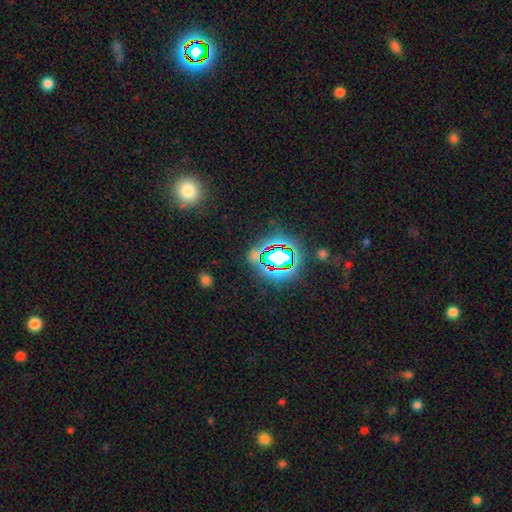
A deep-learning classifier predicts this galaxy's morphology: This is likely a star or artifact rather than a galaxy (68%).